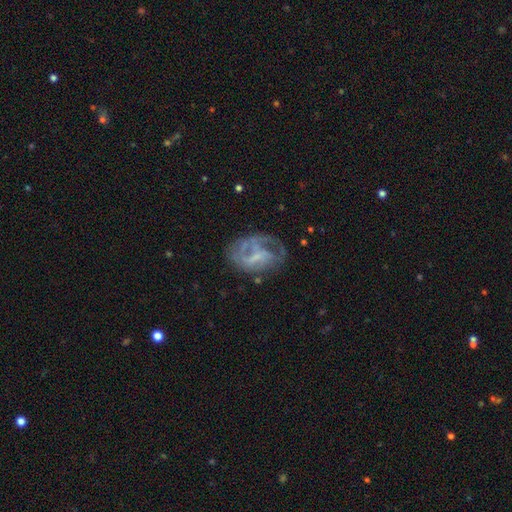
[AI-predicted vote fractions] Smooth or featured? featured or disk (71%)
Edge-on disk? no (97%)
Bar? weak (44%)
Spiral arms? yes (69%)
Bulge size? none (43%)
Merging? none (46%)